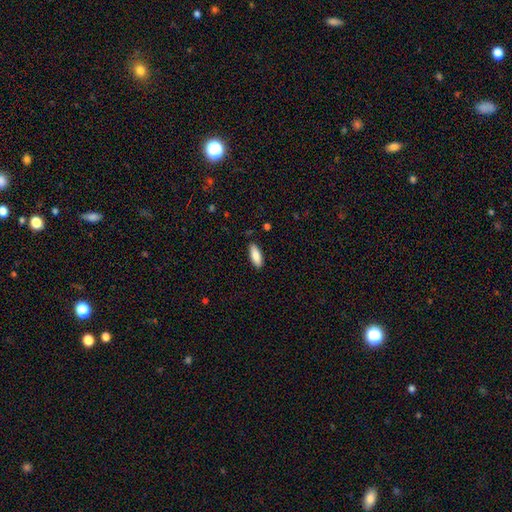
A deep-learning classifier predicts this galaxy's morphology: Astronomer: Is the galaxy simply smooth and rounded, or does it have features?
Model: smooth — 83%.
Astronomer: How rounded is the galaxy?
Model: in between — 74%.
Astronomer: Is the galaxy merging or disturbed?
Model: none — 87%.